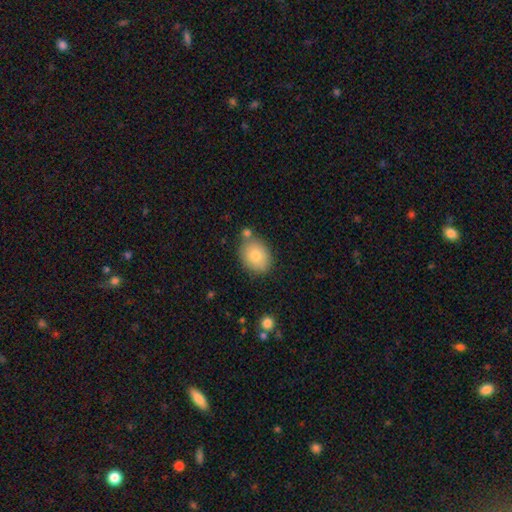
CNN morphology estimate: Smooth or featured?
  - smooth: 80% *
  - featured or disk: 12%
  - star or artifact: 8%
How rounded?
  - in between: 58% *
  - round: 41%
  - cigar-shaped: 1%
Merging?
  - none: 70% *
  - minor disturbance: 15%
  - merger: 11%
  - major disturbance: 4%